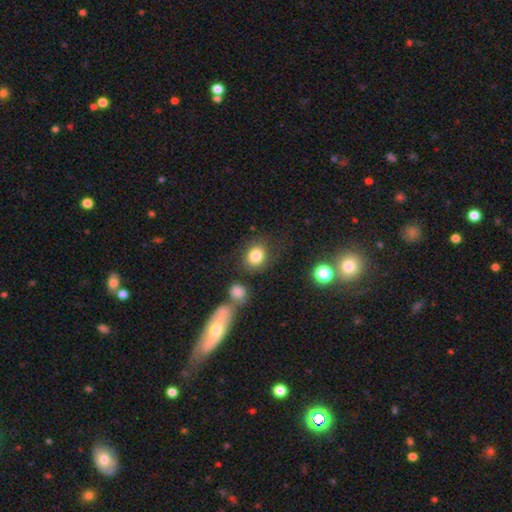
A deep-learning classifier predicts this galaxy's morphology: smooth 82%, star or artifact 10%, featured or disk 8%. Down the decision tree: how rounded — round (63%); merging — none (70%).